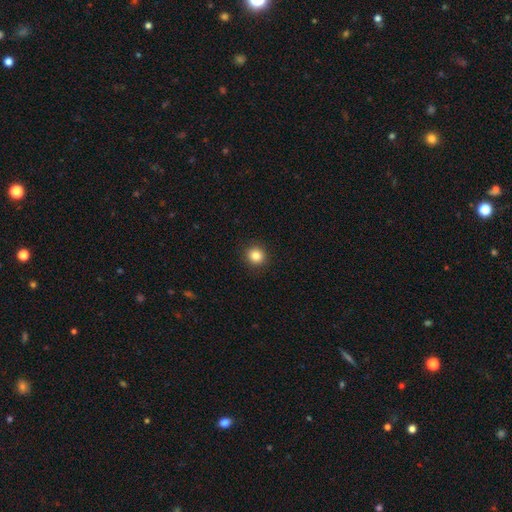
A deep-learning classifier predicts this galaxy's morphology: A smooth galaxy with no disk features (84%) that is round (92%).

Vote fractions:
- Smooth or featured? smooth: 84% / star or artifact: 11% / featured or disk: 5%
- How rounded? round: 92% / in between: 7% / cigar-shaped: 1%
- Merging? none: 92% / minor disturbance: 5% / major disturbance: 2% / merger: 1%